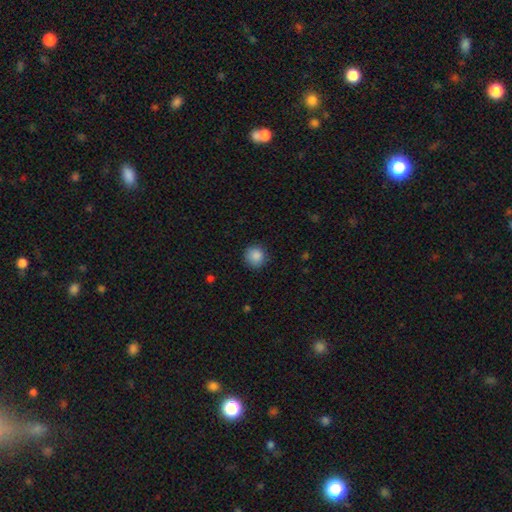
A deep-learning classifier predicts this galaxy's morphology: smooth-or-featured: smooth: 87% | star or artifact: 9% | featured or disk: 4%
  how-rounded: round: 92% | in between: 7% | cigar-shaped: 1%
  merging: none: 86% | minor disturbance: 11% | major disturbance: 3% | merger: 1%